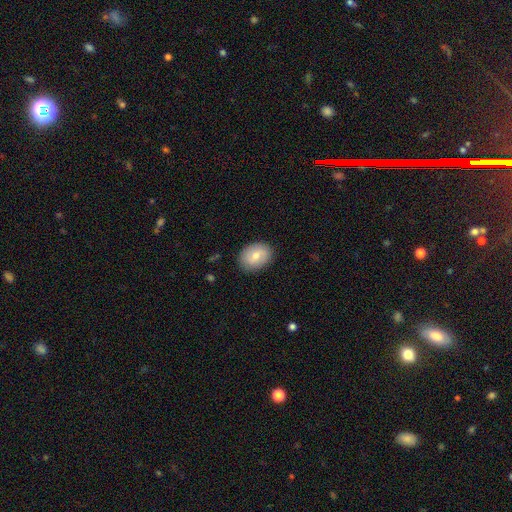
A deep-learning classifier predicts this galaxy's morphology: Overall: smooth (73%). How rounded: in between (71%). Merging: none (87%).